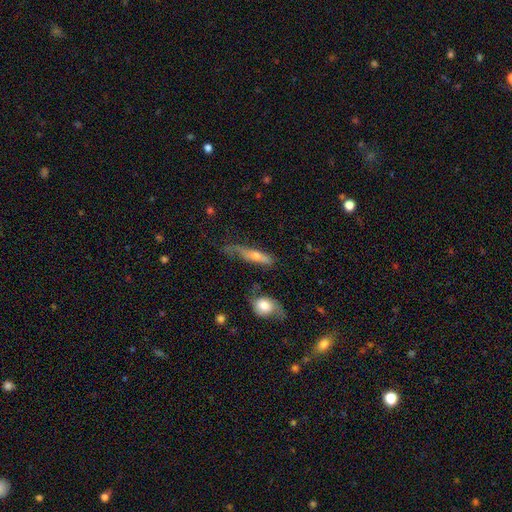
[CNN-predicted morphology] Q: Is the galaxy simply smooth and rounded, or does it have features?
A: featured or disk — 48%.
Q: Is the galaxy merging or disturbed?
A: none — 49%.